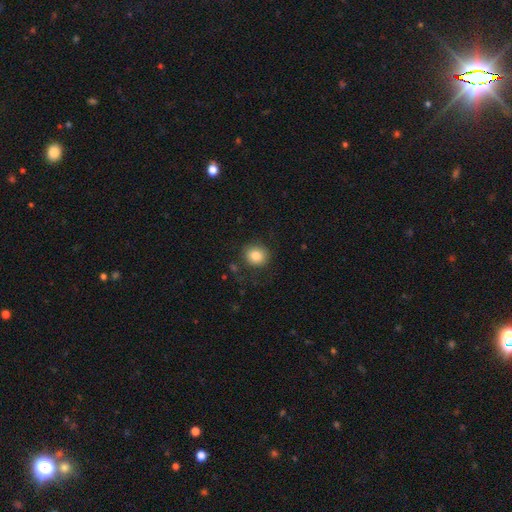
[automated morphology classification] smooth-or-featured: smooth: 83% | star or artifact: 10% | featured or disk: 8%
  how-rounded: round: 83% | in between: 16% | cigar-shaped: 1%
  merging: none: 84% | minor disturbance: 11% | major disturbance: 4% | merger: 2%